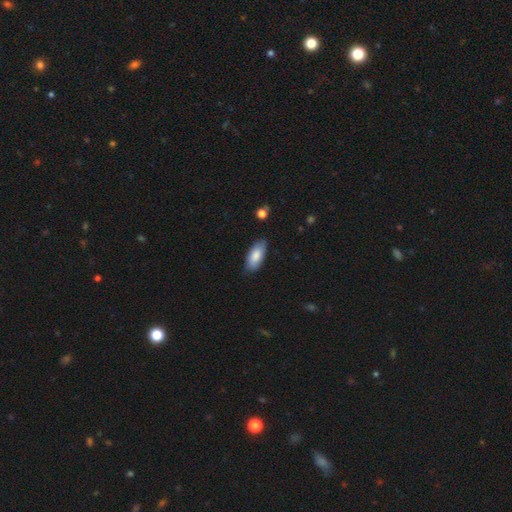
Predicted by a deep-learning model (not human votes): Smooth or featured: smooth — 83% (featured or disk — 11%)
How rounded: in between — 86% (cigar-shaped — 12%)
Merging: none — 85% (minor disturbance — 12%)